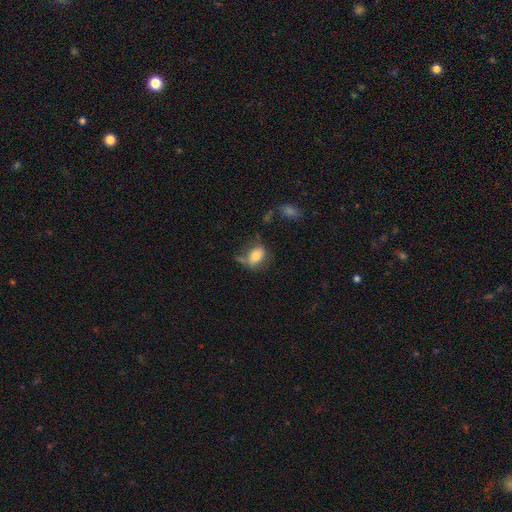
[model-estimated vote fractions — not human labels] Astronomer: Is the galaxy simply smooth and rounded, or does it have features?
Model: smooth — 74%.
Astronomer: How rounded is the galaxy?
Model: in between — 78%.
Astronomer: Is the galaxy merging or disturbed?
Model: none — 41% (runner-up: minor disturbance, 27%).